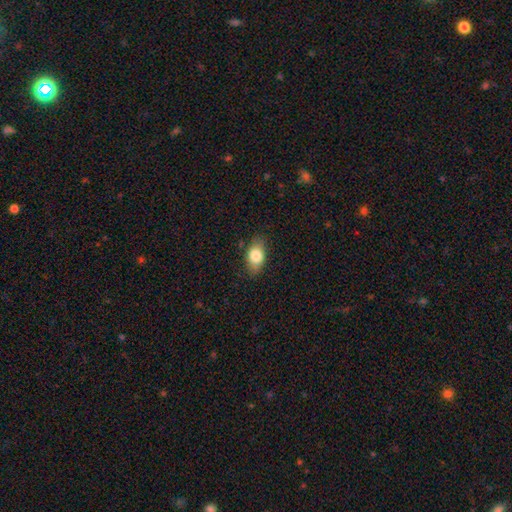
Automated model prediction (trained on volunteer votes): The model was most divided on "merging": none: 78%, minor disturbance: 17%, major disturbance: 4%, merger: 1%. More confident: how rounded — in between (85%); smooth or featured — smooth (81%).